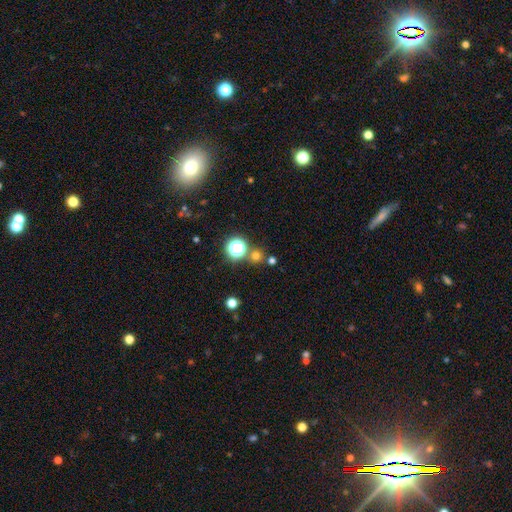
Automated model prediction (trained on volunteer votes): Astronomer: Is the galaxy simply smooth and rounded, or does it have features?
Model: smooth — 63%.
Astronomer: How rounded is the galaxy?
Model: round — 91%.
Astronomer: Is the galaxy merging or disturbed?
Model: none — 74%.